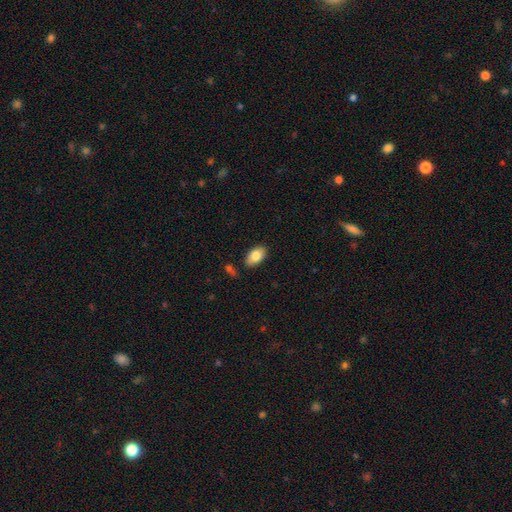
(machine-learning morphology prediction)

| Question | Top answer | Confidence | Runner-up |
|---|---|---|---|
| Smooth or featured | smooth | 82% | featured or disk (12%) |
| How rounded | in between | 93% | round (5%) |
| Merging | none | 85% | minor disturbance (11%) |